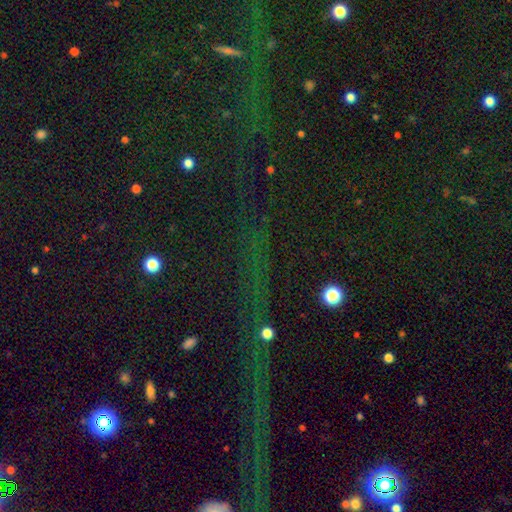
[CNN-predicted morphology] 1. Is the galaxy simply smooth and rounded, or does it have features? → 76% star or artifact, 12% featured or disk, 12% smooth.